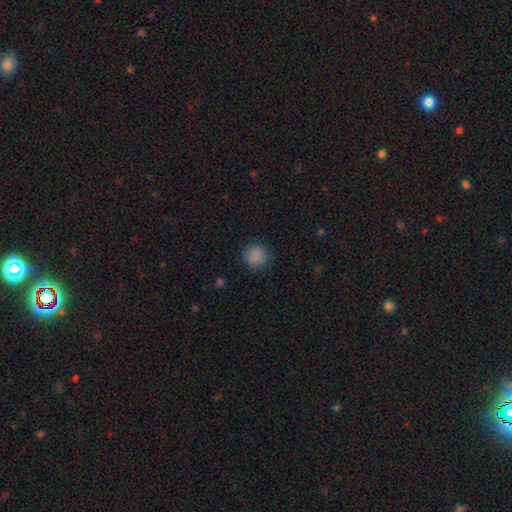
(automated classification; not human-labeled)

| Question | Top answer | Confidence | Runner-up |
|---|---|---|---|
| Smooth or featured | smooth | 86% | star or artifact (11%) |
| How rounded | round | 90% | in between (9%) |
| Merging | none | 84% | minor disturbance (12%) |